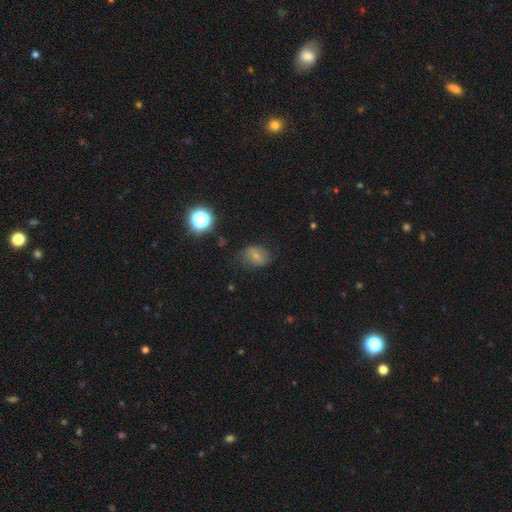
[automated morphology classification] A smooth galaxy with no disk features (64%) that is in between round and cigar-shaped (60%).

Vote fractions:
- Smooth or featured? smooth: 64% / featured or disk: 20% / star or artifact: 16%
- How rounded? in between: 60% / round: 39% / cigar-shaped: 2%
- Merging? none: 65% / minor disturbance: 23% / major disturbance: 10% / merger: 2%